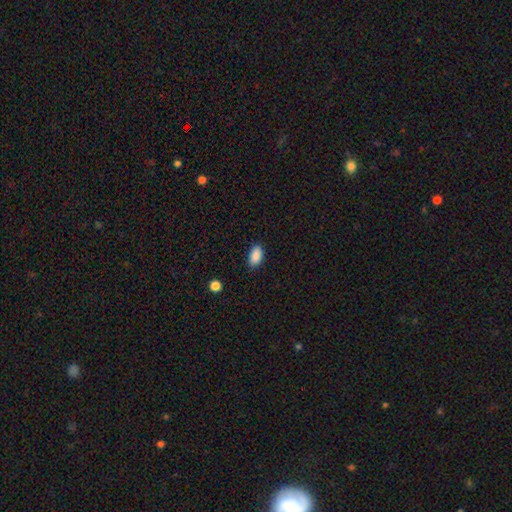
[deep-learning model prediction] smooth_or_featured: smooth (p=0.89) [alt: star or artifact p=0.08]
how_rounded: in between (p=0.93) [alt: round p=0.05]
merging: none (p=0.86) [alt: minor disturbance p=0.10]